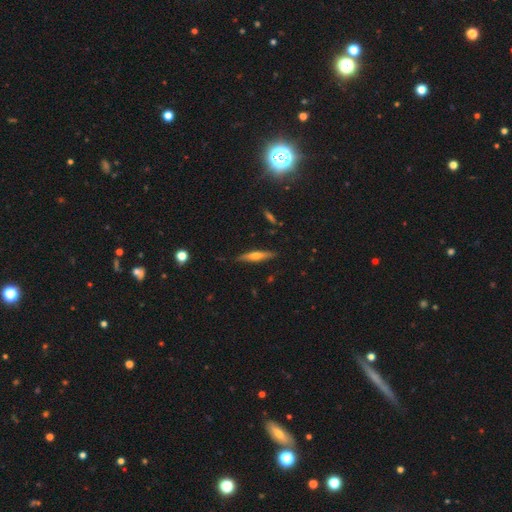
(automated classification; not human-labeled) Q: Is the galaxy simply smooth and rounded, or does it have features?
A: featured or disk — 52%.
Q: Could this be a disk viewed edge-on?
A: yes — 93%.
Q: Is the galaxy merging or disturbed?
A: none — 87%.